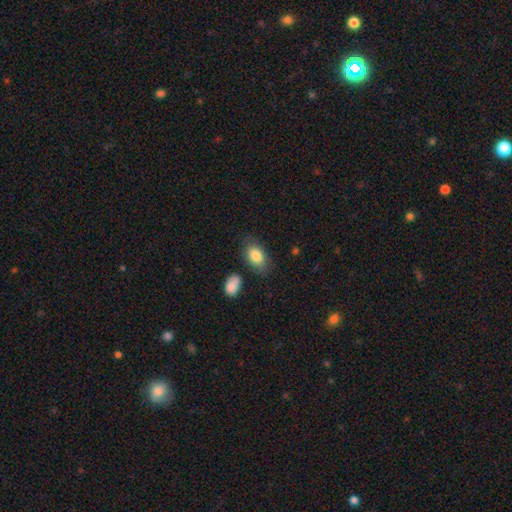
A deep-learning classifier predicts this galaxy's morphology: This appears to be a smooth galaxy with no disk features (84%) that is in between round and cigar-shaped (88%). Merging: none (74%).